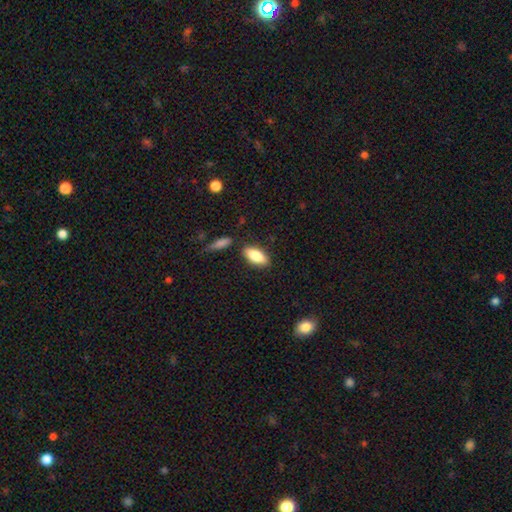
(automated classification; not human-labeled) A smooth galaxy with no disk features (80%) that is in between round and cigar-shaped (84%).

Vote fractions:
- Smooth or featured? smooth: 80% / featured or disk: 13% / star or artifact: 7%
- How rounded? in between: 84% / cigar-shaped: 14% / round: 3%
- Merging? none: 82% / minor disturbance: 11% / merger: 5% / major disturbance: 3%